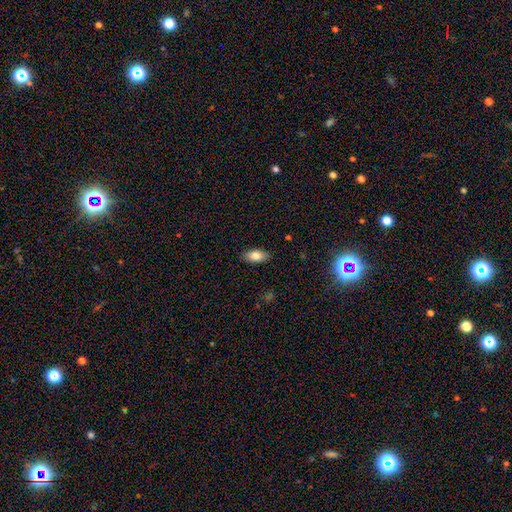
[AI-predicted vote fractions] Morphology: type=smooth (80%); roundness=in between (88%); merging=none (88%).